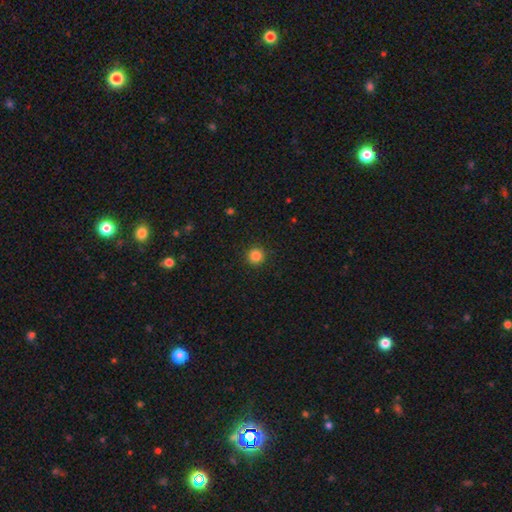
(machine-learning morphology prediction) This is clearly a smooth galaxy (85%). How rounded: clearly round (95%). Merging: clearly none (92%).